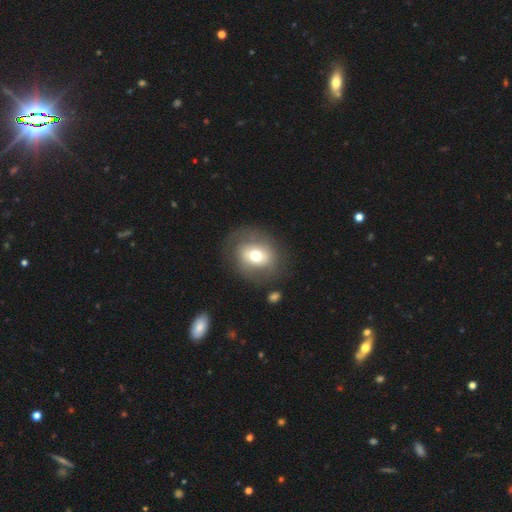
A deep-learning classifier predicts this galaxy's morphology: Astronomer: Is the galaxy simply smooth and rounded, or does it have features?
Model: smooth — 55% (runner-up: featured or disk, 37%).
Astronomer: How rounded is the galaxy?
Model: round — 65%.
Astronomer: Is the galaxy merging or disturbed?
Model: none — 72%.